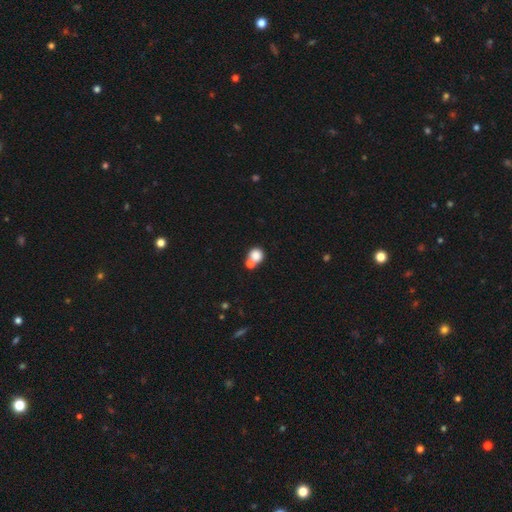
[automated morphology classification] Overall: smooth (81%). How rounded: round (85%). Merging: none (46%; merger 43%).